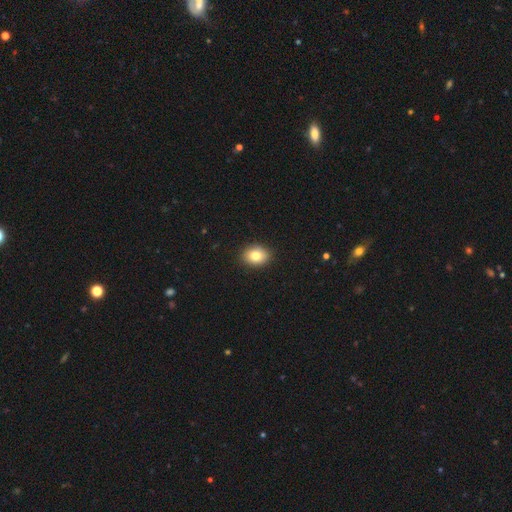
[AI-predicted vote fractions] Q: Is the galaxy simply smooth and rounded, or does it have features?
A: smooth — 81%.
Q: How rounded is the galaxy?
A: in between — 61%.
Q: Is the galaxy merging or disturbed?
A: none — 90%.